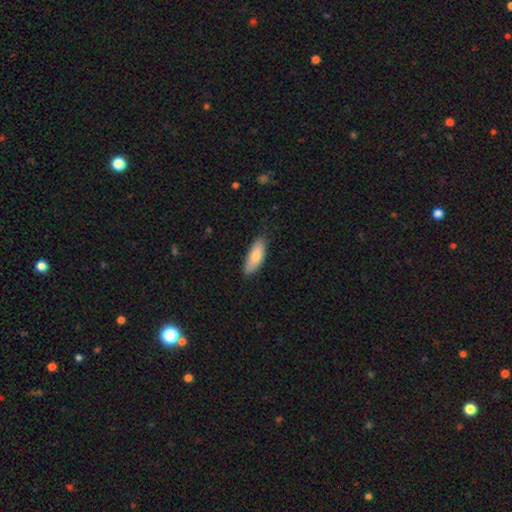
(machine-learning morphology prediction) The model was most divided on "how rounded": in between: 69%, cigar-shaped: 29%, round: 2%. More confident: merging — none (82%); smooth or featured — smooth (80%).